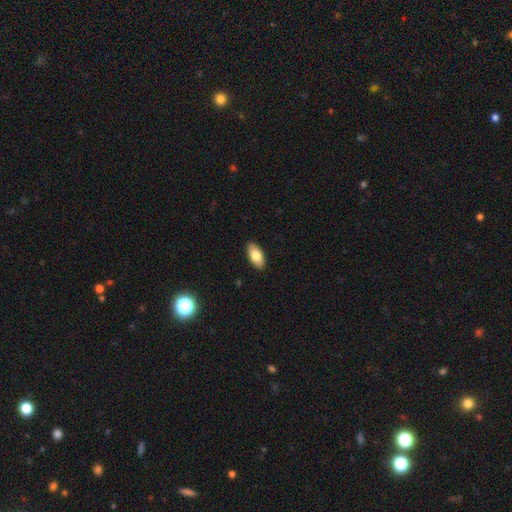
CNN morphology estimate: smooth-or-featured: smooth: 80% | featured or disk: 14% | star or artifact: 7%
  how-rounded: in between: 92% | cigar-shaped: 6% | round: 3%
  merging: none: 90% | minor disturbance: 8% | major disturbance: 2% | merger: 1%